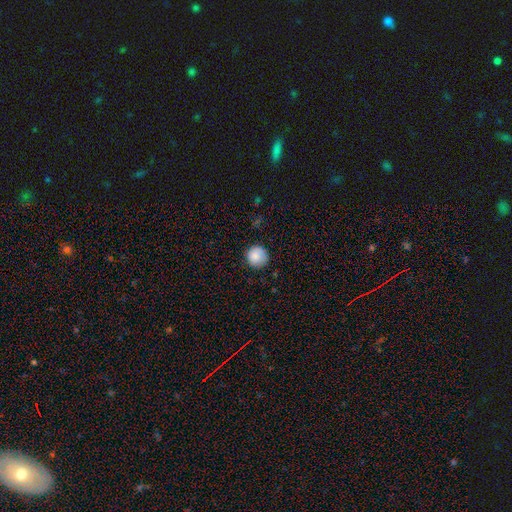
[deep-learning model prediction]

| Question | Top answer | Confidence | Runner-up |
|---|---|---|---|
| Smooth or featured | smooth | 86% | star or artifact (8%) |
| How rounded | round | 95% | in between (4%) |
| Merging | none | 84% | minor disturbance (13%) |